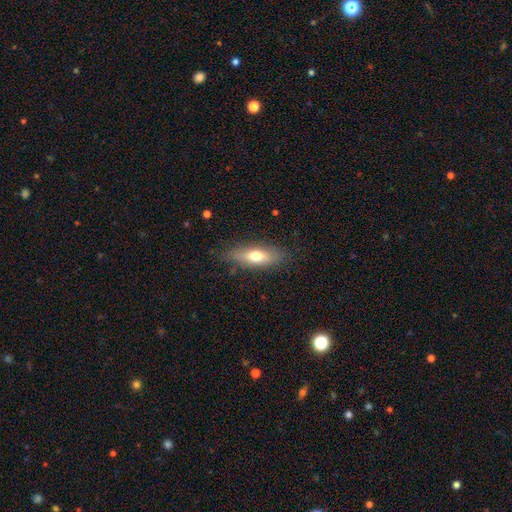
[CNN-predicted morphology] smooth-or-featured: smooth: 67% | featured or disk: 26% | star or artifact: 7%
  how-rounded: in between: 60% | cigar-shaped: 37% | round: 3%
  merging: none: 80% | minor disturbance: 15% | major disturbance: 4% | merger: 1%